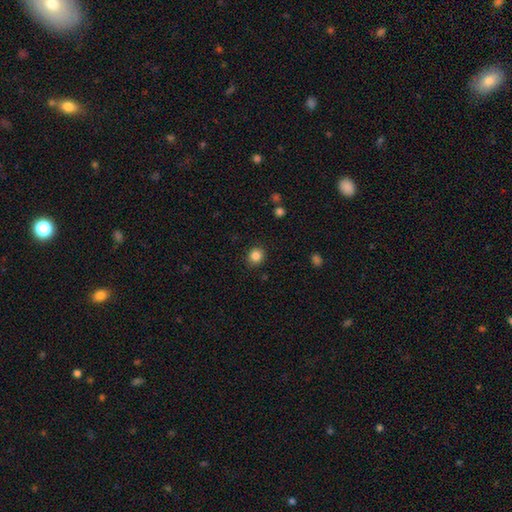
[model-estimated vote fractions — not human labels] The model was most divided on "smooth or featured": smooth: 85%, star or artifact: 11%, featured or disk: 4%. More confident: merging — none (90%); how rounded — round (87%).